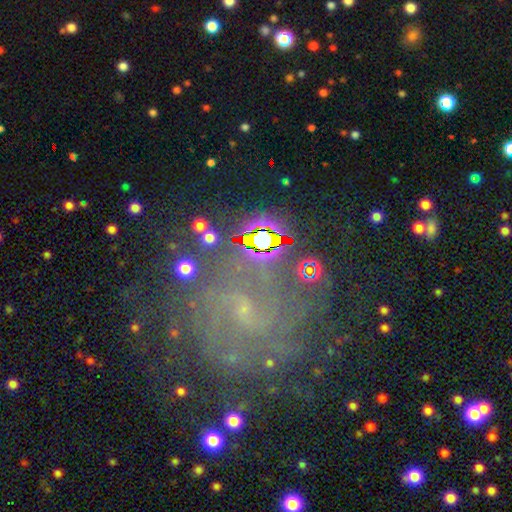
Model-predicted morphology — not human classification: This appears to be a featured or disk galaxy (65%) with no bar (44%), tight (55%) spiral arms (84%) and a small central bulge (72%). Merging: none (71%).